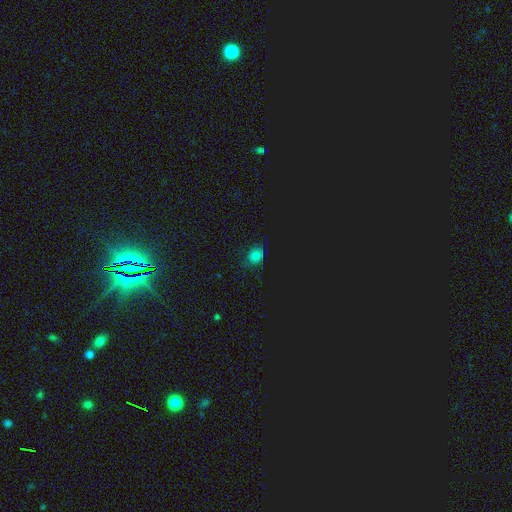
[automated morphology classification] smooth 63%, star or artifact 31%, featured or disk 6%. Down the decision tree: how rounded — round (53%); merging — none (71%).